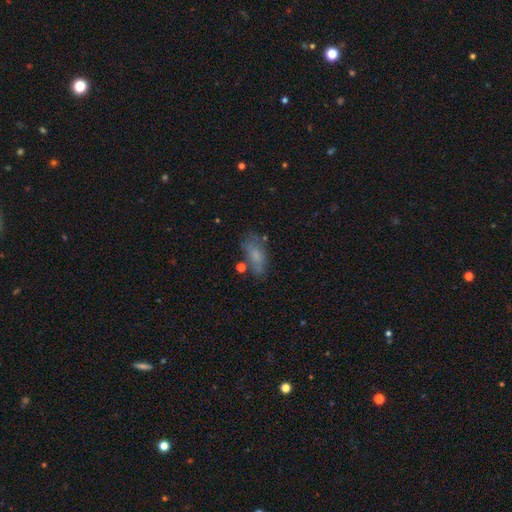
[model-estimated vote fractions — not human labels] A smooth galaxy with no disk features (65%) that is in between round and cigar-shaped (79%). Merging: none (58%).